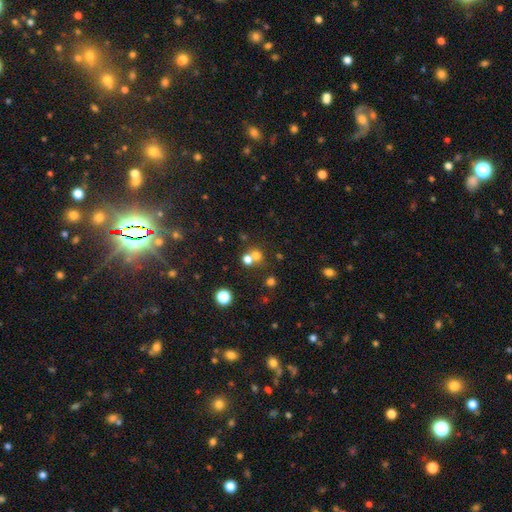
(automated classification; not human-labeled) Smooth or featured? smooth (67%)
How rounded? round (84%)
Merging? none (50%)